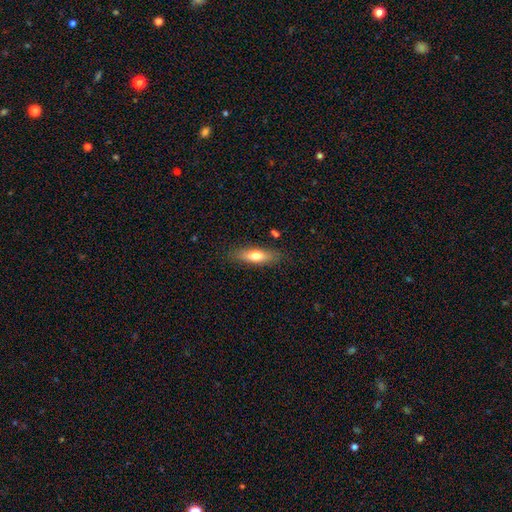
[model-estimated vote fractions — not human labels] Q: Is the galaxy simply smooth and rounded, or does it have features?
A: smooth — 67%.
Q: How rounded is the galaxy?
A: cigar-shaped — 53%.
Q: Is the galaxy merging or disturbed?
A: none — 84%.